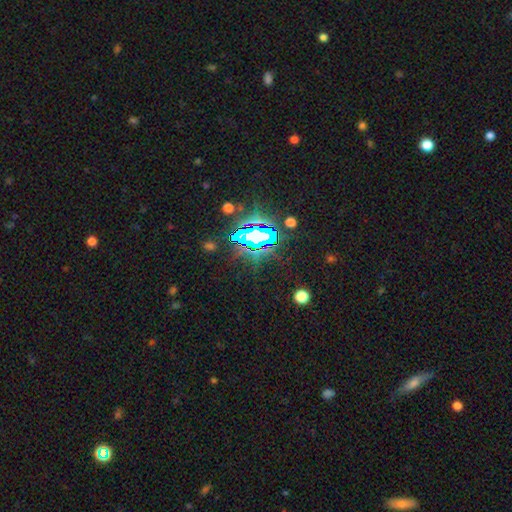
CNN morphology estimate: Overall: star or artifact (79%).